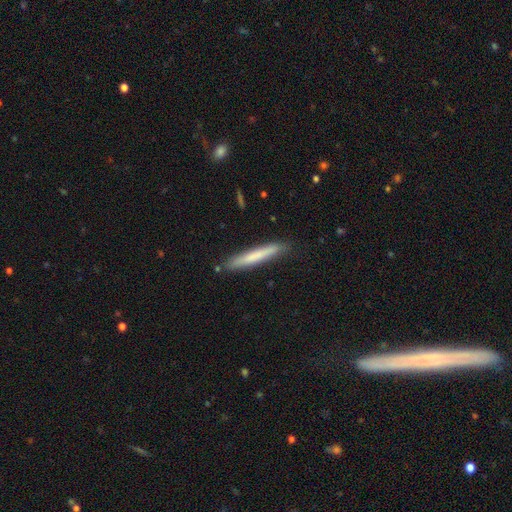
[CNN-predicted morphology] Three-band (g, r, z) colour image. It shows a smooth galaxy with no disk features (70%) that is cigar-shaped (95%). Merging: none (86%).